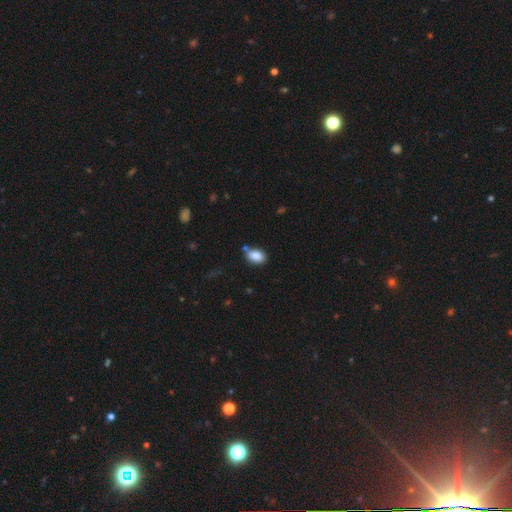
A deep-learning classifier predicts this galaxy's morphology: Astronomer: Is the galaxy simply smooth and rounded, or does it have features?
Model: smooth — 86%.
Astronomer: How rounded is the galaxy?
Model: in between — 87%.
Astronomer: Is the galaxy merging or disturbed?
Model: none — 70%.